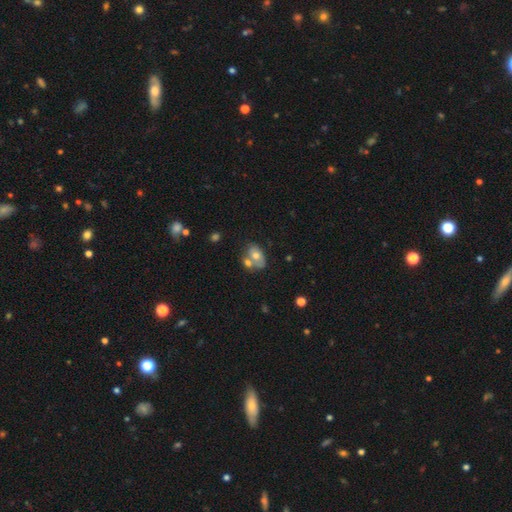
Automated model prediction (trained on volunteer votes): This is likely a smooth galaxy (63%). How rounded: clearly in between (83%). Merging: possibly merger (46%).